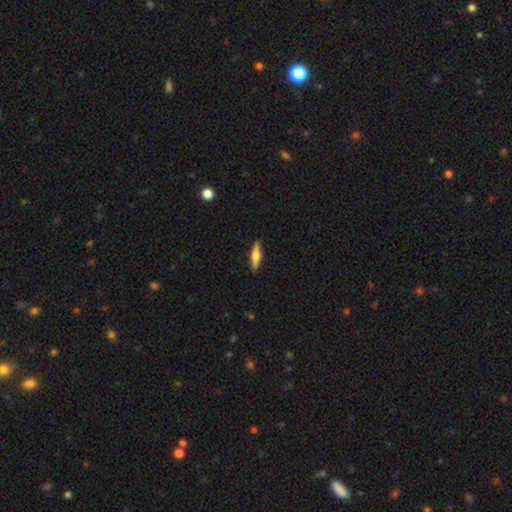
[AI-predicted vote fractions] Smooth or featured?
  - smooth: 54% *
  - featured or disk: 40%
  - star or artifact: 6%
How rounded?
  - cigar-shaped: 68% *
  - in between: 29%
  - round: 2%
Merging?
  - none: 89% *
  - minor disturbance: 8%
  - major disturbance: 2%
  - merger: 1%